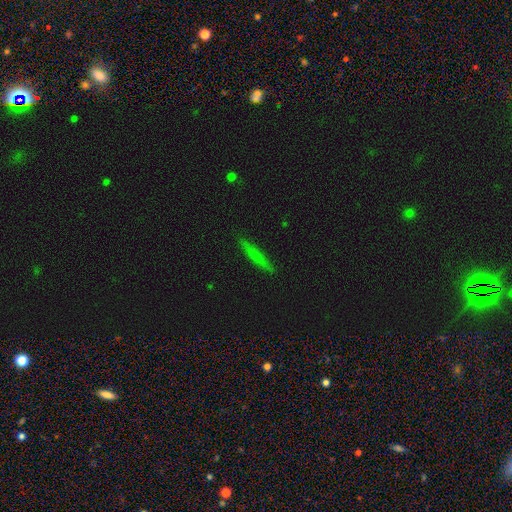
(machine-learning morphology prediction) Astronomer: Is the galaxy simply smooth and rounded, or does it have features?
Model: smooth — 62%.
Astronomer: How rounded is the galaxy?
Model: cigar-shaped — 93%.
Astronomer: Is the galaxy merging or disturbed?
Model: none — 88%.